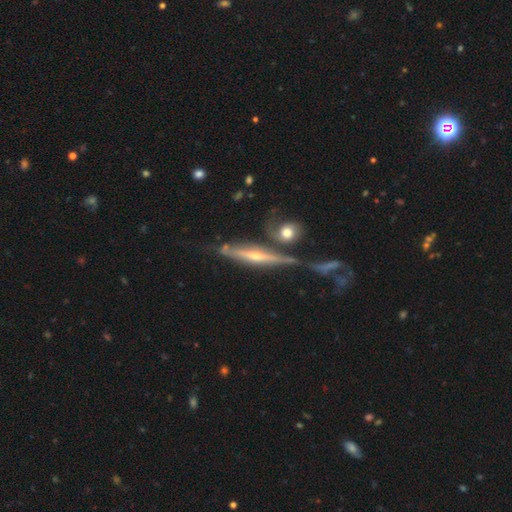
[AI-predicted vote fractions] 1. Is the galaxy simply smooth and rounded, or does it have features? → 75% featured or disk, 18% smooth, 7% star or artifact.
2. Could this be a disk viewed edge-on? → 88% yes, 12% no.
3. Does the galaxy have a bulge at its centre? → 72% rounded, 21% none, 6% boxy.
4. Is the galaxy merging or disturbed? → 57% none, 19% minor disturbance, 16% merger, 8% major disturbance.